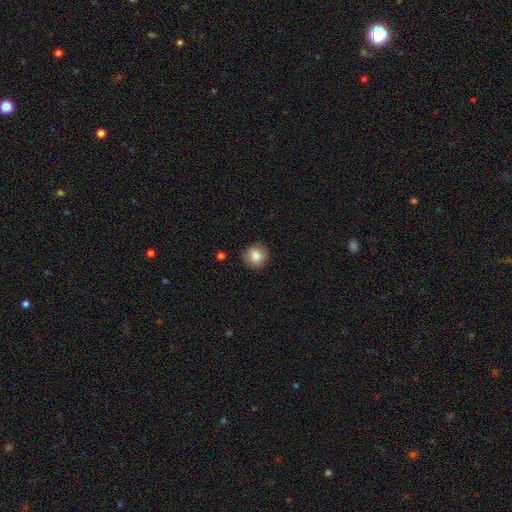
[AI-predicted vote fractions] Q: Smooth or featured?
A: smooth (85%); runner-up: star or artifact (9%)
Q: How rounded?
A: round (91%); runner-up: in between (8%)
Q: Merging?
A: none (88%); runner-up: minor disturbance (9%)